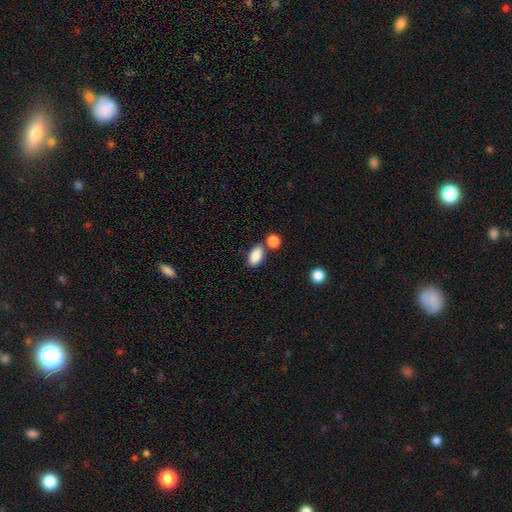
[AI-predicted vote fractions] Smooth or featured?
  - smooth: 87% *
  - star or artifact: 8%
  - featured or disk: 5%
How rounded?
  - in between: 90% *
  - round: 7%
  - cigar-shaped: 2%
Merging?
  - none: 69% *
  - merger: 16%
  - minor disturbance: 11%
  - major disturbance: 3%